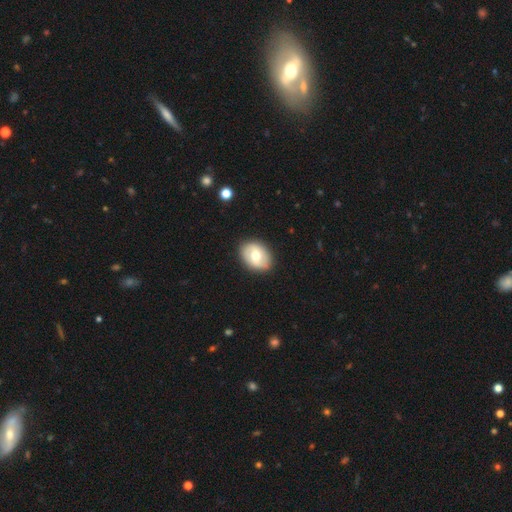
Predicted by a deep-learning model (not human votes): smooth 54%, featured or disk 40%, star or artifact 6%. Down the decision tree: how rounded — in between (70%); merging — none (87%).